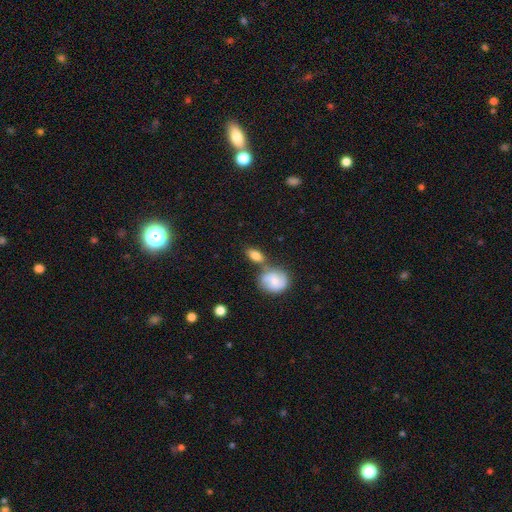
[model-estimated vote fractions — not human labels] The model was most divided on "merging": none: 53%, merger: 28%, minor disturbance: 14%, major disturbance: 5%. More confident: how rounded — in between (78%); smooth or featured — smooth (72%).